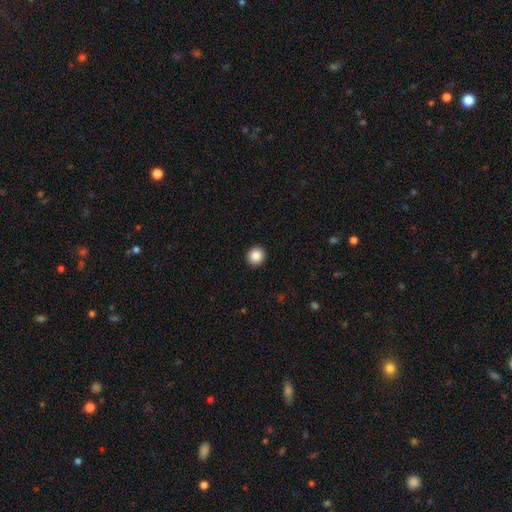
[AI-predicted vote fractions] Smooth or featured? Predicted: smooth (p=0.87). How rounded? Predicted: round (p=0.91). Merging? Predicted: none (p=0.93).